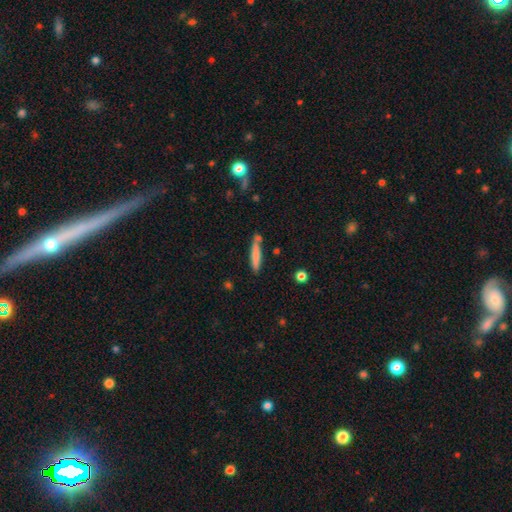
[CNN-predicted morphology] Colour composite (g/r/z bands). It shows a smooth galaxy with no disk features (73%) that is cigar-shaped (91%). Merging: none (70%).